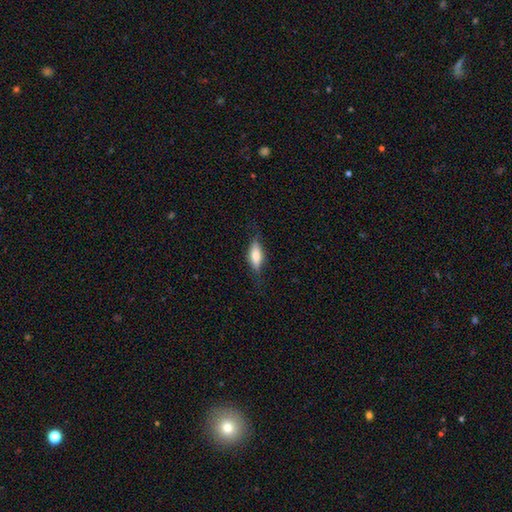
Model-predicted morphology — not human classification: Smooth or featured? smooth (61%)
How rounded? in between (61%)
Merging? none (77%)